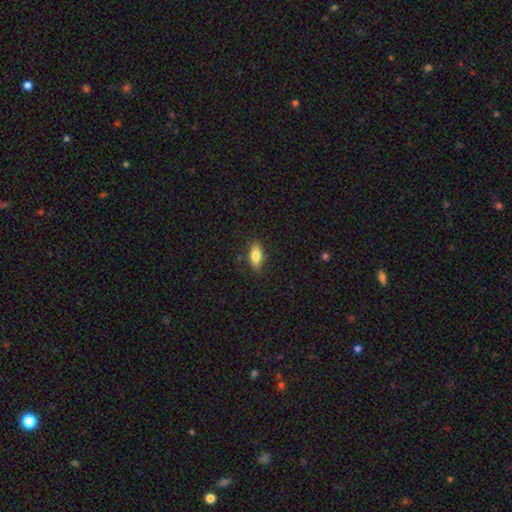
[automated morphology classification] Overall: smooth (78%). How rounded: in between (80%). Merging: none (83%).